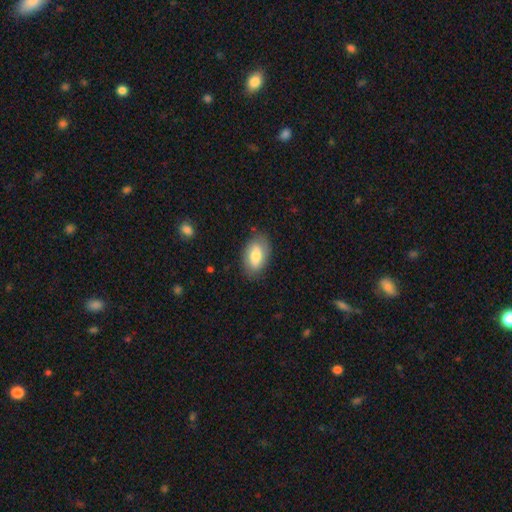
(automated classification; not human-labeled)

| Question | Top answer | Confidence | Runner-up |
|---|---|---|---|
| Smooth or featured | smooth | 67% | featured or disk (27%) |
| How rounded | in between | 91% | round (6%) |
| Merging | none | 80% | minor disturbance (15%) |